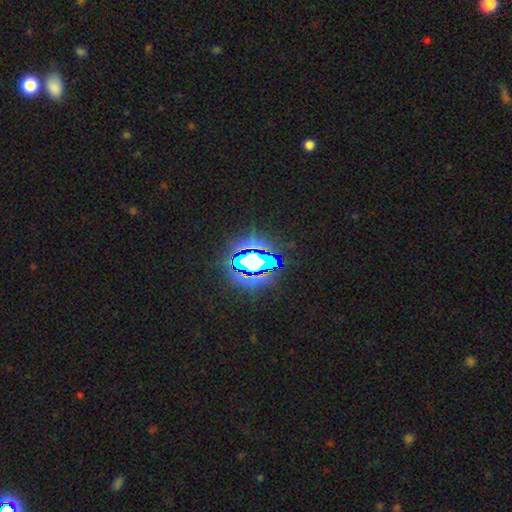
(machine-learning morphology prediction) The model was most divided on "smooth or featured": star or artifact: 79%, smooth: 13%, featured or disk: 8%.